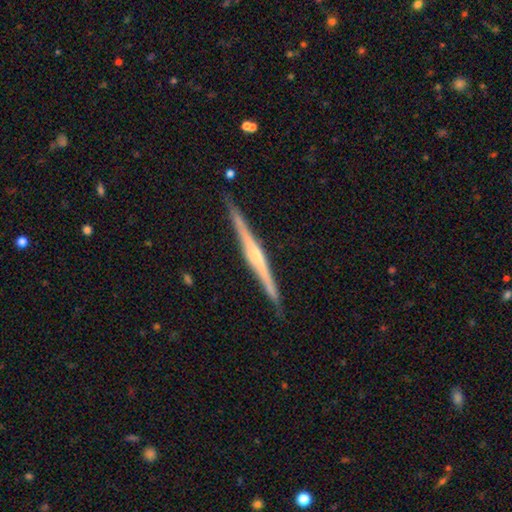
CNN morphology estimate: smooth_or_featured: featured or disk (p=0.80) [alt: smooth p=0.15]
disk_edge_on: yes (p=0.98) [alt: no p=0.02]
edge_on_bulge: rounded (p=0.62) [alt: none p=0.23]
merging: none (p=0.90) [alt: minor disturbance p=0.07]